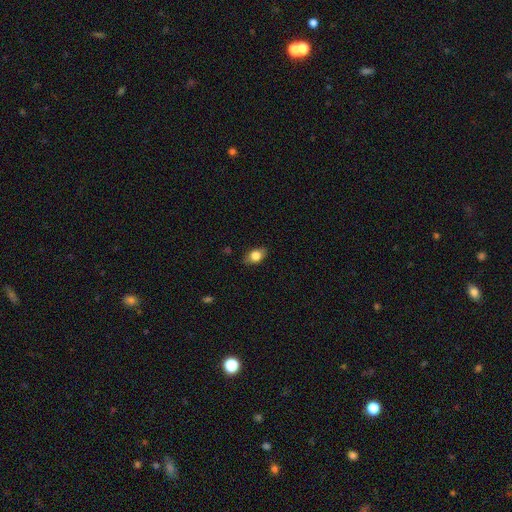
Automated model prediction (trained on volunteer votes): smooth 79%, featured or disk 13%, star or artifact 8%. Down the decision tree: how rounded — in between (80%); merging — none (83%).